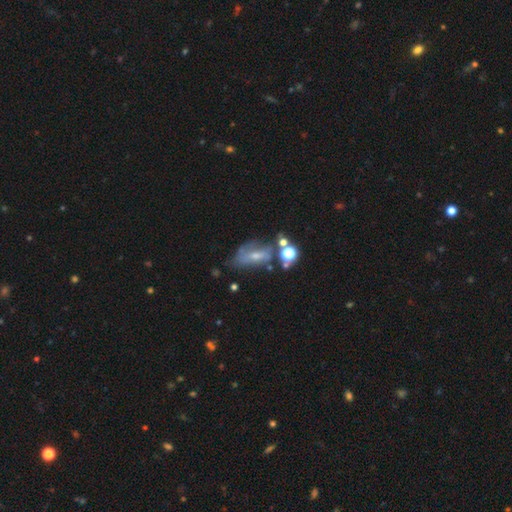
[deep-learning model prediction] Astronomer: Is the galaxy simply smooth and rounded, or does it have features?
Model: featured or disk — 47% (runner-up: smooth, 37%).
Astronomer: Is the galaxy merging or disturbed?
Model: none — 39% (runner-up: minor disturbance, 25%).